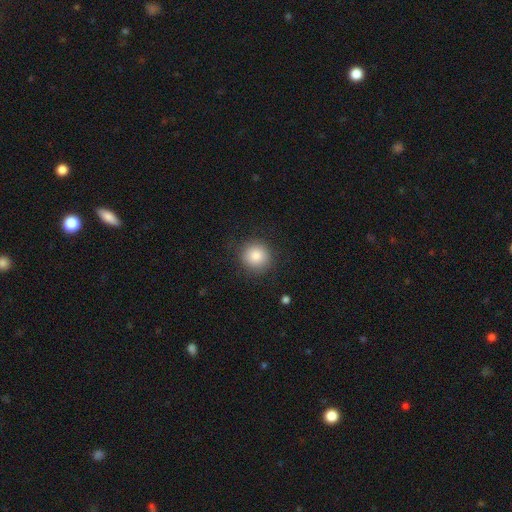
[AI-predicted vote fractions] Smooth or featured: smooth — 85% (star or artifact — 9%)
How rounded: round — 94% (in between — 5%)
Merging: none — 87% (minor disturbance — 9%)